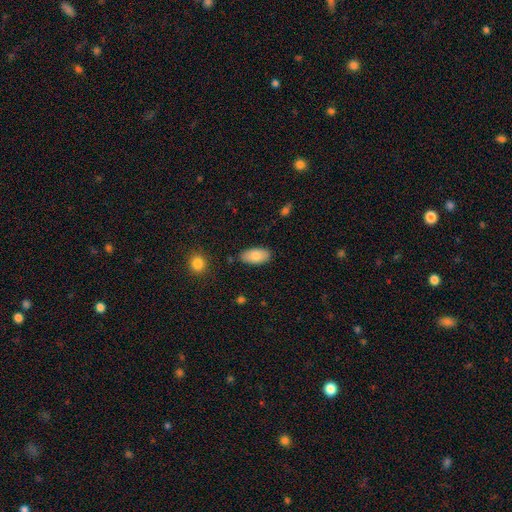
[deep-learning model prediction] Smooth or featured: smooth — 81% (featured or disk — 12%)
How rounded: in between — 94% (round — 3%)
Merging: none — 84% (minor disturbance — 12%)